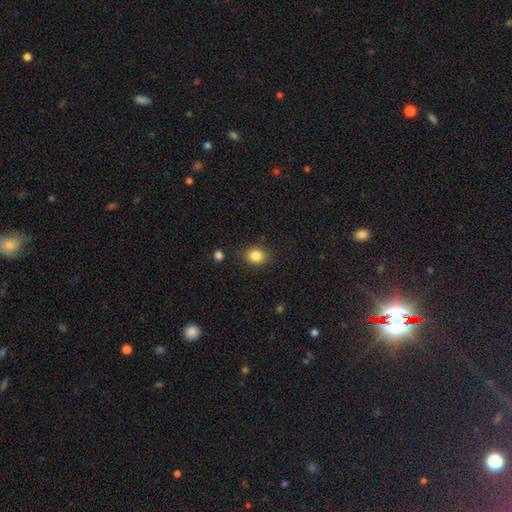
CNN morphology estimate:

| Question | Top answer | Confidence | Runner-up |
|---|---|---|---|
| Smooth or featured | smooth | 84% | star or artifact (10%) |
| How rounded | round | 63% | in between (36%) |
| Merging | none | 85% | minor disturbance (11%) |